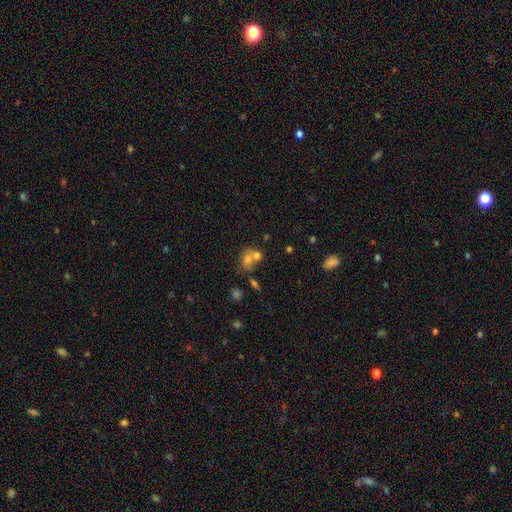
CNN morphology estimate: Smooth or featured: smooth — 67% (featured or disk — 20%)
How rounded: round — 52% (in between — 46%)
Merging: merger — 57% (none — 28%)